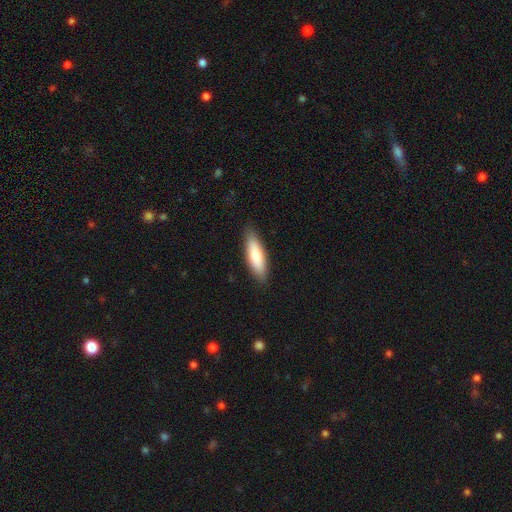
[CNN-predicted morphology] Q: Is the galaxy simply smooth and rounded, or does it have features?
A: smooth — 74%.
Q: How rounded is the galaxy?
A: in between — 49%, tied with cigar-shaped.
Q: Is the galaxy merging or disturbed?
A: none — 88%.